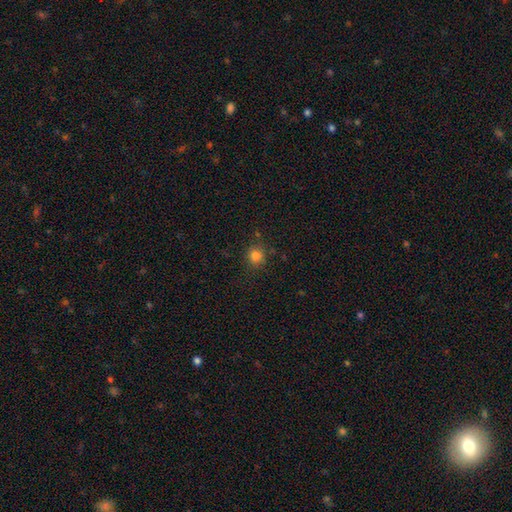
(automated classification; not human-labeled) Smooth or featured? smooth (81%)
How rounded? round (88%)
Merging? none (84%)